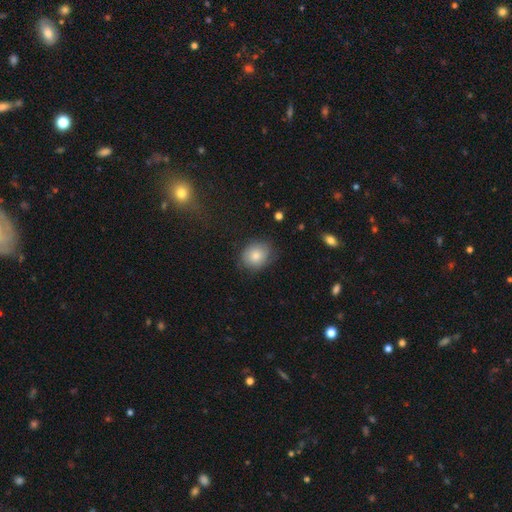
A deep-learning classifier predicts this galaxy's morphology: type=smooth (73%); roundness=round (60%); merging=none (71%).